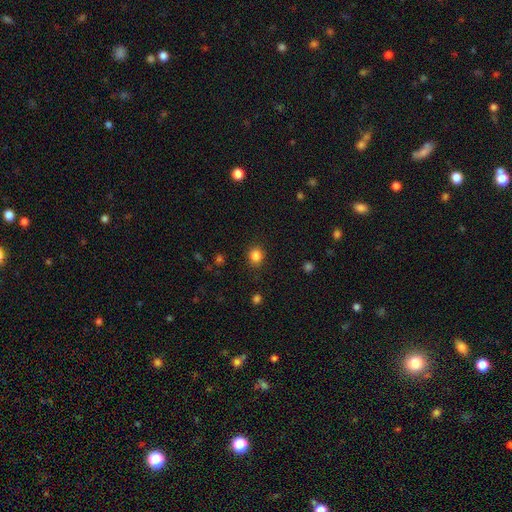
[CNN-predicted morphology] smooth-or-featured: smooth: 85% | star or artifact: 12% | featured or disk: 4%
  how-rounded: round: 77% | in between: 22% | cigar-shaped: 1%
  merging: none: 87% | minor disturbance: 9% | major disturbance: 3% | merger: 1%